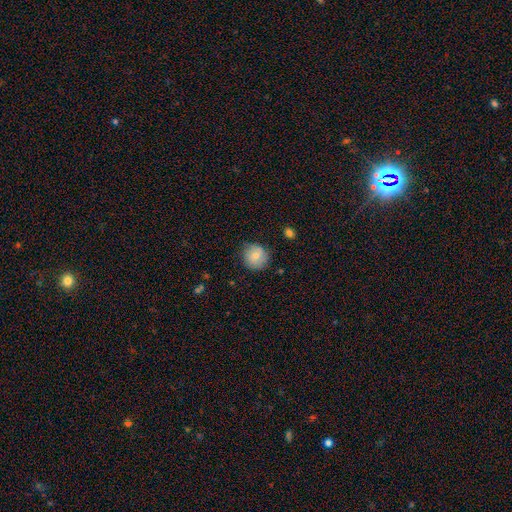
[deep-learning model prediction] Smooth or featured? smooth (65%)
How rounded? round (88%)
Merging? none (76%)